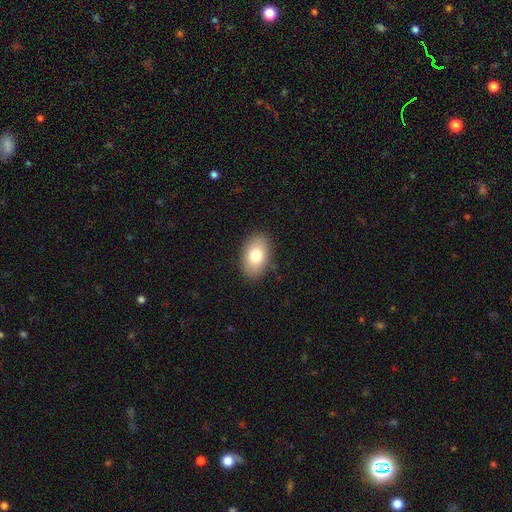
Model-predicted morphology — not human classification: The model was most divided on "smooth or featured": smooth: 77%, featured or disk: 15%, star or artifact: 8%. More confident: how rounded — in between (90%); merging — none (87%).